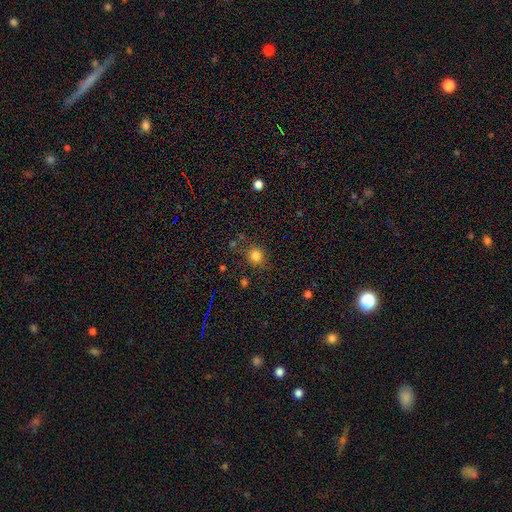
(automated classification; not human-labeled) Smooth or featured: smooth — 81% (star or artifact — 13%)
How rounded: round — 82% (in between — 17%)
Merging: none — 79% (minor disturbance — 12%)